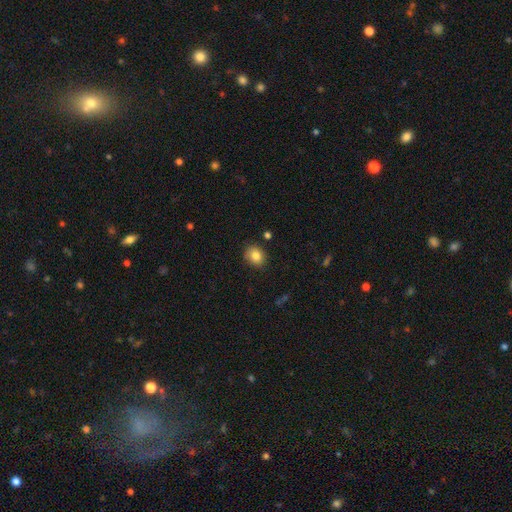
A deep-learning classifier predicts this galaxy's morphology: This appears to be a smooth galaxy with no disk features (83%) that is round (66%). Merging: none (85%).